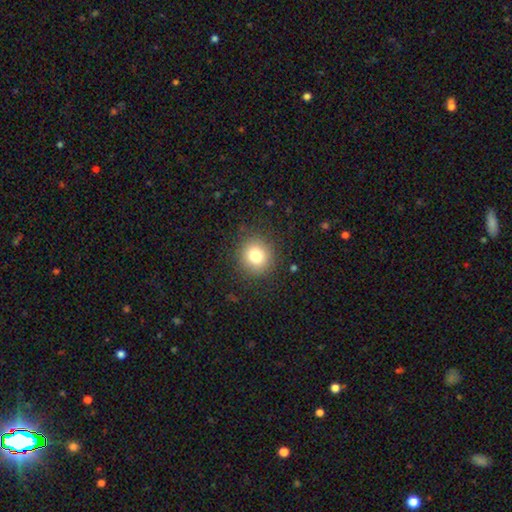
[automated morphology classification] This is clearly a smooth galaxy (80%). How rounded: clearly round (89%). Merging: clearly none (88%).